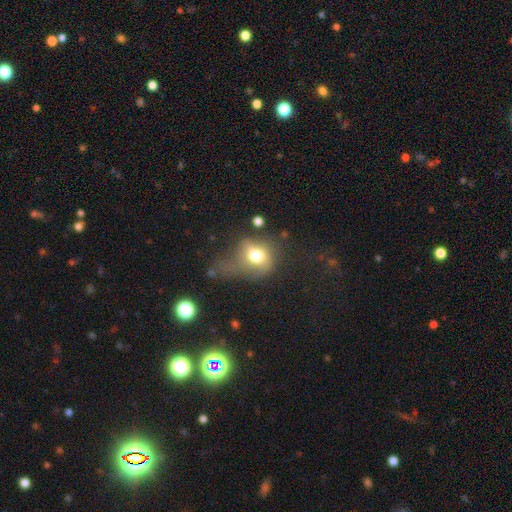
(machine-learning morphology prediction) A smooth galaxy with no disk features (65%) that is round (58%).

Vote fractions:
- Smooth or featured? smooth: 65% / featured or disk: 24% / star or artifact: 11%
- How rounded? round: 58% / in between: 40% / cigar-shaped: 2%
- Merging? major disturbance: 45% / minor disturbance: 24% / none: 24% / merger: 8%